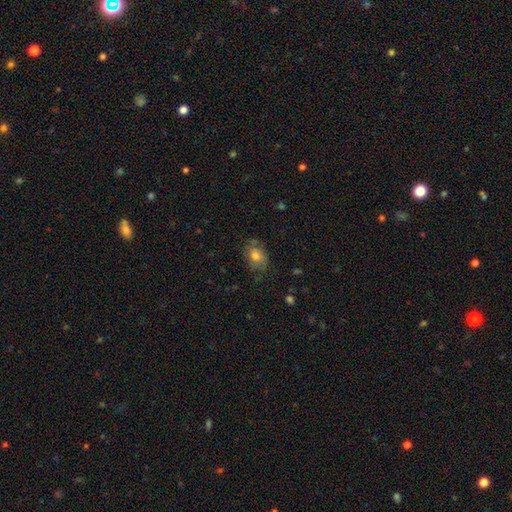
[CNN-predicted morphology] smooth_or_featured: smooth (p=0.70) [alt: featured or disk p=0.20]
how_rounded: in between (p=0.68) [alt: round p=0.30]
merging: none (p=0.67) [alt: minor disturbance p=0.23]